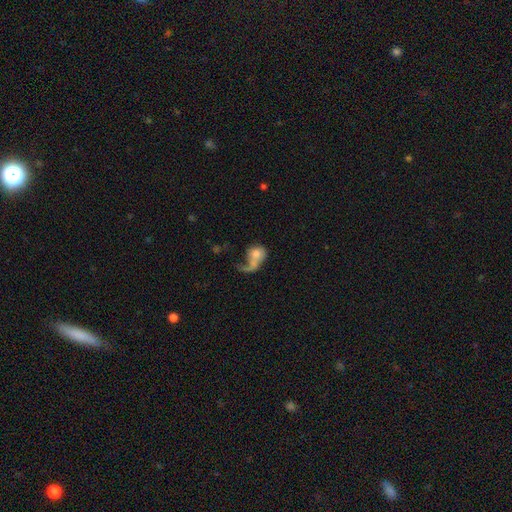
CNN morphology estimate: smooth-or-featured: smooth: 54% | featured or disk: 37% | star or artifact: 10%
  how-rounded: round: 50% | in between: 48% | cigar-shaped: 2%
  merging: major disturbance: 44% | merger: 27% | none: 18% | minor disturbance: 11%